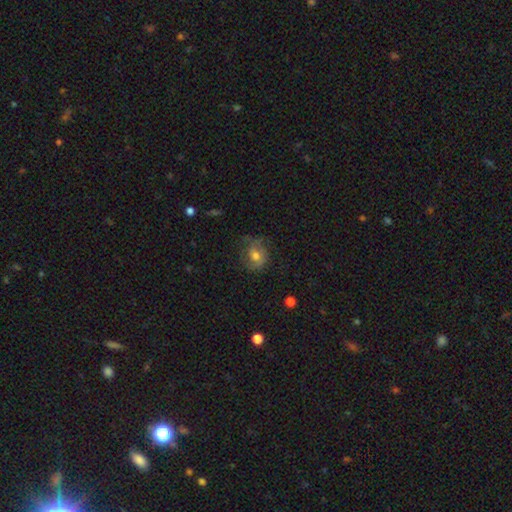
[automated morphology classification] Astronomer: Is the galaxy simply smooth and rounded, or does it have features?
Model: smooth — 50% (runner-up: featured or disk, 40%).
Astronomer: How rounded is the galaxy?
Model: round — 65%.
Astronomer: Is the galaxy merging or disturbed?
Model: none — 58%.